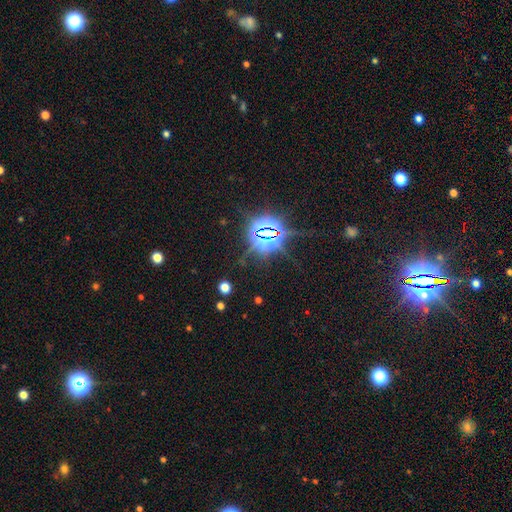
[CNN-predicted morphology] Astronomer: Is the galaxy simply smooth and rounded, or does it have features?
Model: star or artifact — 83%.